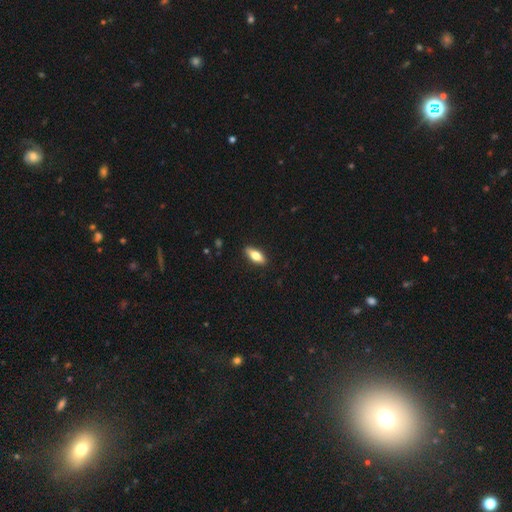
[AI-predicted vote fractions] This is likely a smooth galaxy (70%). How rounded: likely in between (71%). Merging: clearly none (88%).